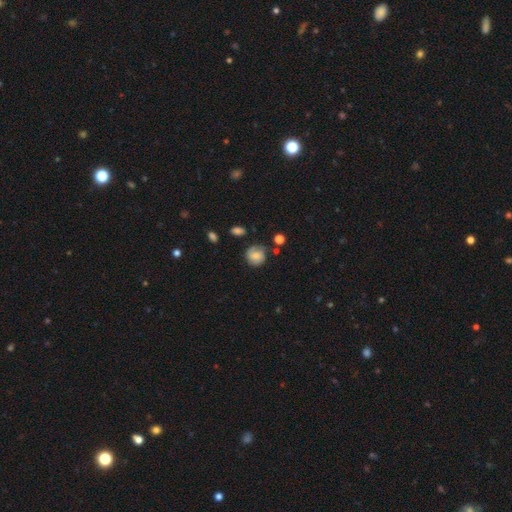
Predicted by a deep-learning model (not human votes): Overall: smooth (54%; featured or disk 36%). How rounded: round (83%). Merging: none (64%).